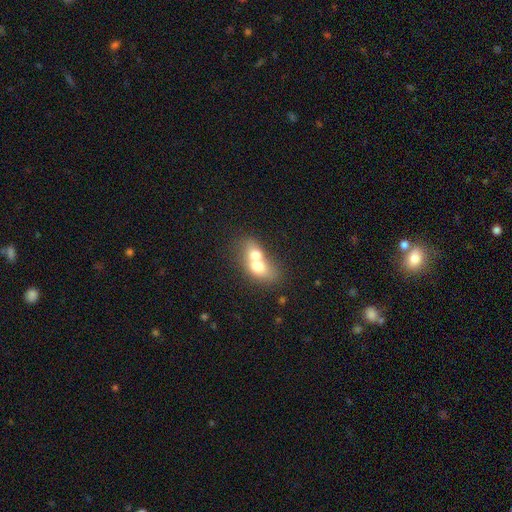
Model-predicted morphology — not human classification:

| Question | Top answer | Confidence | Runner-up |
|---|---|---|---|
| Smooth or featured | smooth | 65% | featured or disk (27%) |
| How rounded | in between | 67% | round (30%) |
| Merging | merger | 77% | none (14%) |